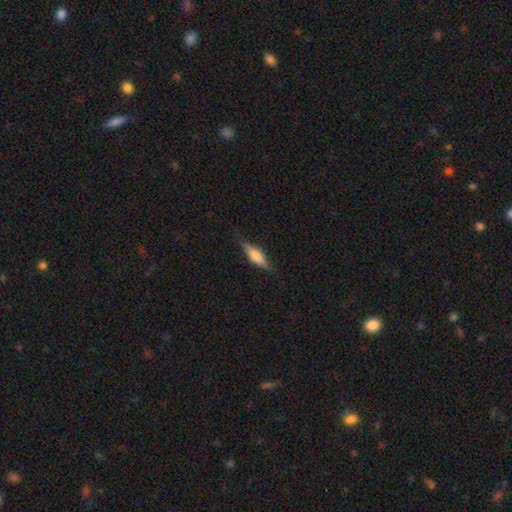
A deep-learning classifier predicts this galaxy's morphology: featured or disk 48%, smooth 45%, star or artifact 7%. Down the decision tree: merging — none (80%).